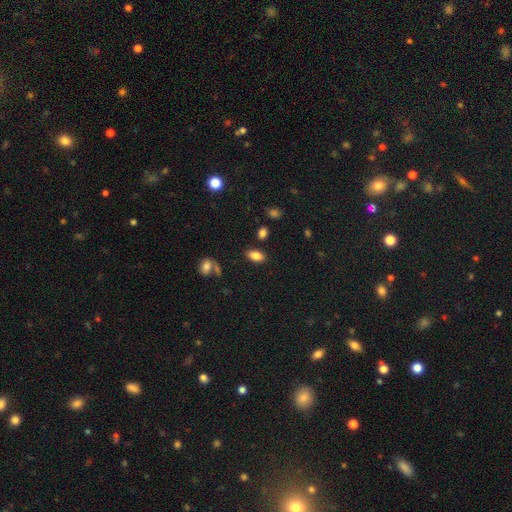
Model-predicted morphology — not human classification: smooth 83%, star or artifact 9%, featured or disk 7%. Down the decision tree: how rounded — in between (91%); merging — none (83%).